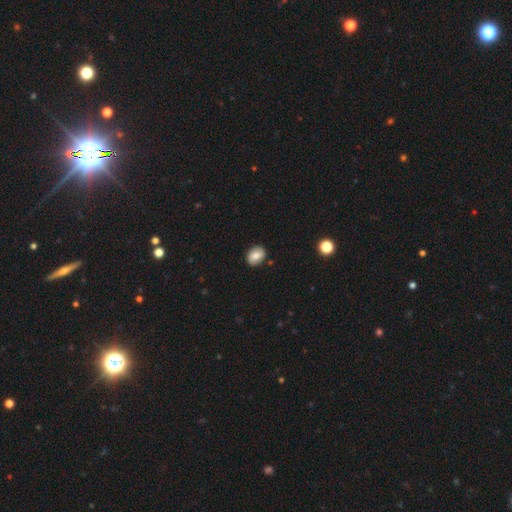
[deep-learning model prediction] Smooth or featured? Predicted: smooth (p=0.75). How rounded? Predicted: in between (p=0.63). Merging? Predicted: none (p=0.85).